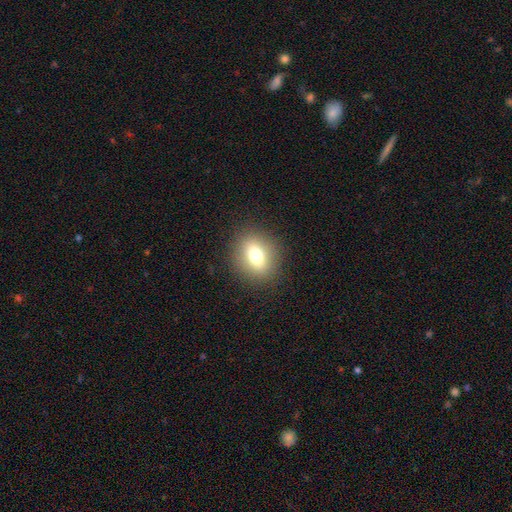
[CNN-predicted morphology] Smooth or featured: smooth — 75% (featured or disk — 14%)
How rounded: round — 51% (in between — 48%)
Merging: none — 88% (minor disturbance — 8%)